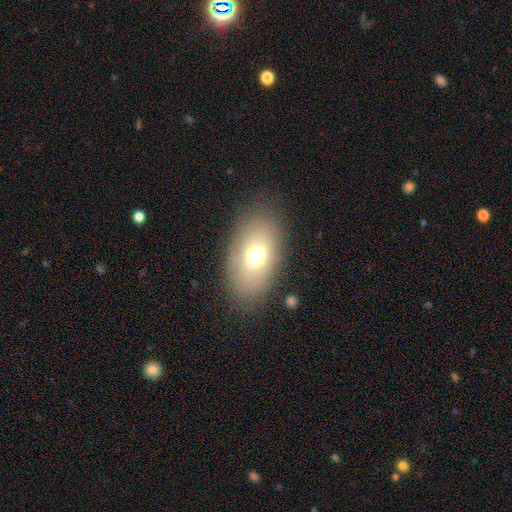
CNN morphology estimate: Q: Smooth or featured?
A: smooth (67%); runner-up: featured or disk (21%)
Q: How rounded?
A: in between (88%); runner-up: round (10%)
Q: Merging?
A: none (81%); runner-up: minor disturbance (12%)